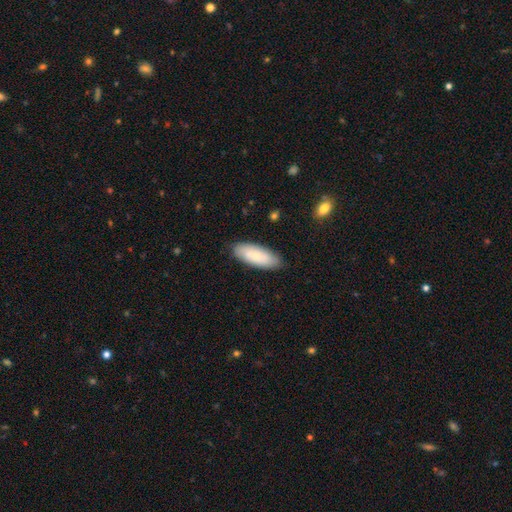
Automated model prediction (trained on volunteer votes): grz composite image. It shows a smooth galaxy with no disk features (76%) that is in between round and cigar-shaped (76%). Merging: none (85%).